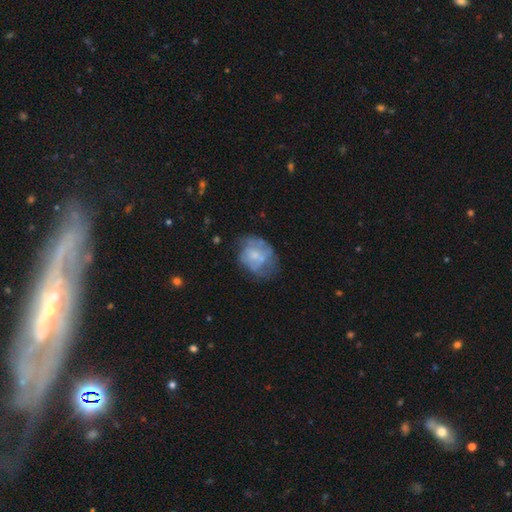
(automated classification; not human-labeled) Smooth or featured?
  - featured or disk: 49% *
  - smooth: 43%
  - star or artifact: 8%
Merging?
  - none: 46% *
  - minor disturbance: 29%
  - major disturbance: 20%
  - merger: 6%